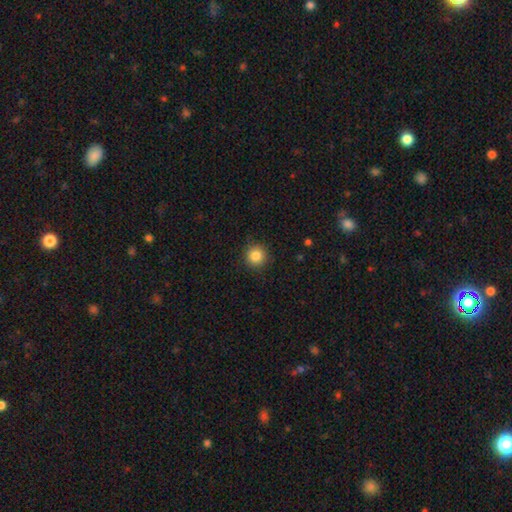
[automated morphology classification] This appears to be a smooth galaxy with no disk features (85%) that is round (95%). Merging: none (90%).